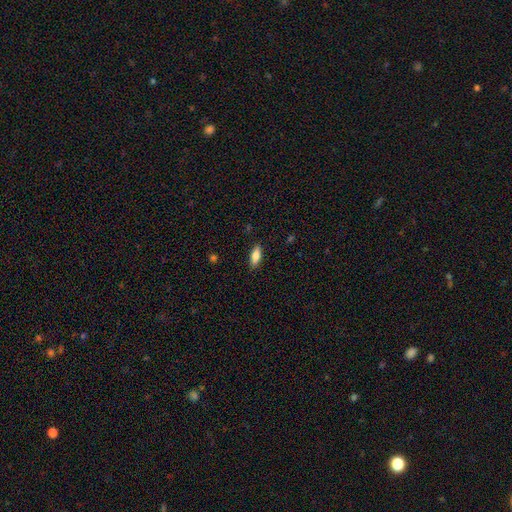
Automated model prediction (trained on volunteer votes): smooth_or_featured: smooth (p=0.80) [alt: featured or disk p=0.14]
how_rounded: in between (p=0.72) [alt: cigar-shaped p=0.26]
merging: none (p=0.88) [alt: minor disturbance p=0.09]